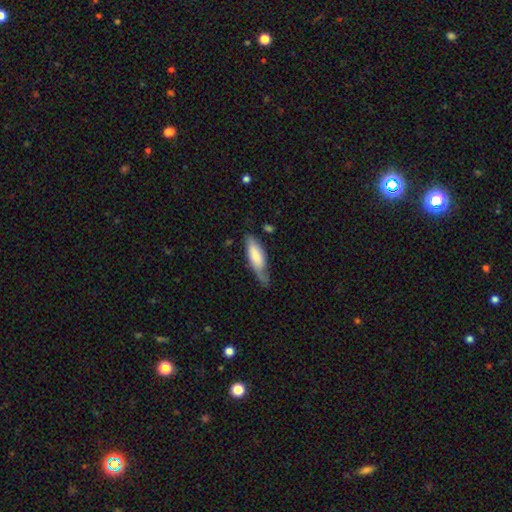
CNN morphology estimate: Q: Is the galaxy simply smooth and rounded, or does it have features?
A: smooth — 65%.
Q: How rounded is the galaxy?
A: in between — 56%.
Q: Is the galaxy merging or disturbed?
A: none — 48%.